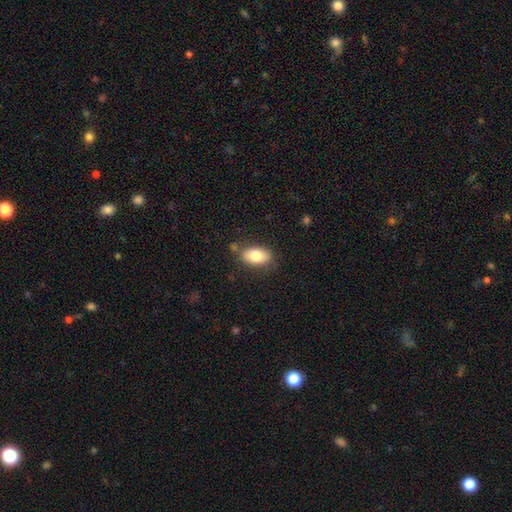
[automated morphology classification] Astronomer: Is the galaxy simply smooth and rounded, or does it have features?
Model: smooth — 80%.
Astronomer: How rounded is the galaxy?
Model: in between — 90%.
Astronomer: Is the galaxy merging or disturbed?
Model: none — 78%.